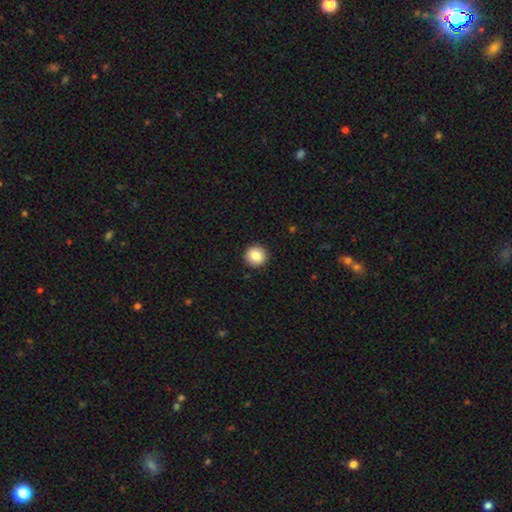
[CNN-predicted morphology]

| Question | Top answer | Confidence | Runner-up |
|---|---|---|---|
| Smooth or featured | smooth | 85% | star or artifact (9%) |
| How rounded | round | 95% | in between (4%) |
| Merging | none | 93% | minor disturbance (5%) |